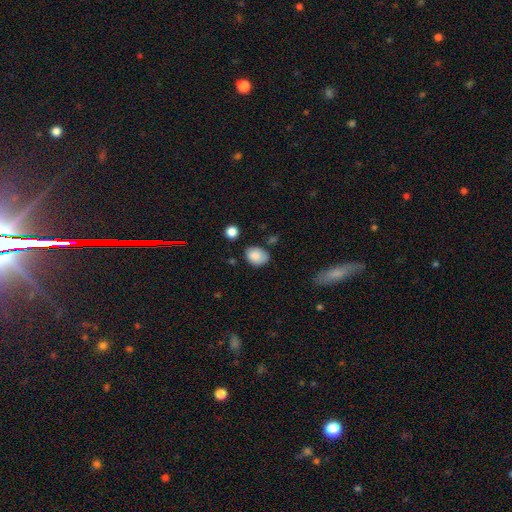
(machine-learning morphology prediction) The model was most divided on "how rounded": in between: 65%, round: 34%, cigar-shaped: 1%. More confident: smooth or featured — smooth (85%); merging — none (66%).